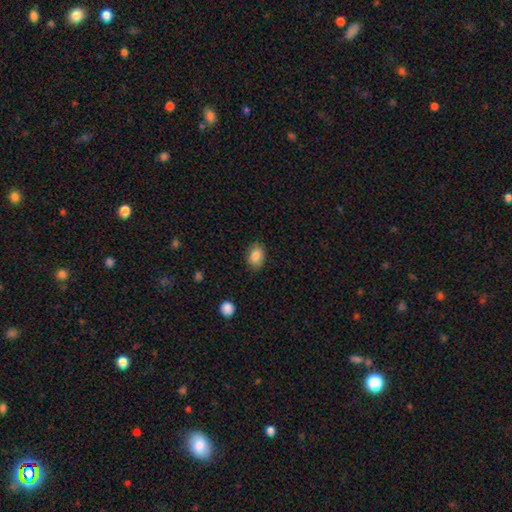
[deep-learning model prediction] Smooth or featured?
  - smooth: 84% *
  - featured or disk: 8%
  - star or artifact: 8%
How rounded?
  - in between: 81% *
  - round: 18%
  - cigar-shaped: 1%
Merging?
  - none: 81% *
  - minor disturbance: 15%
  - major disturbance: 3%
  - merger: 1%